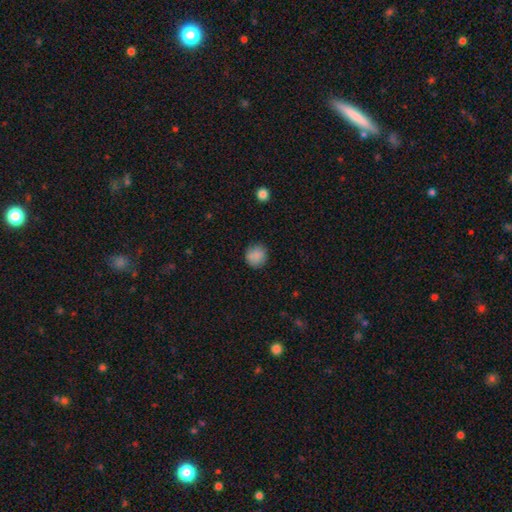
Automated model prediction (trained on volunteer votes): Smooth or featured? Predicted: smooth (p=0.86). How rounded? Predicted: round (p=0.87). Merging? Predicted: none (p=0.83).